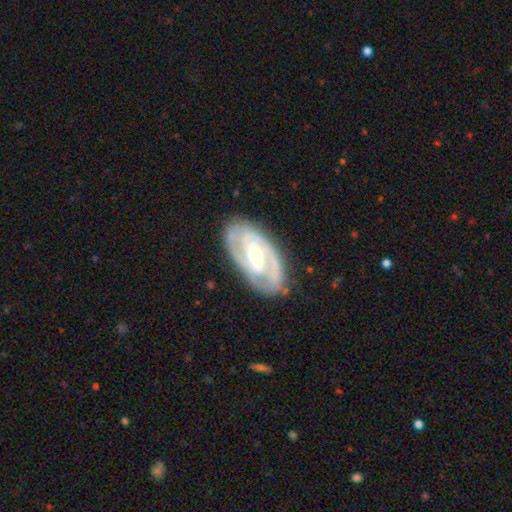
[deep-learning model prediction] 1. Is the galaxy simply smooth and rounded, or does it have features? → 88% featured or disk, 8% smooth, 4% star or artifact.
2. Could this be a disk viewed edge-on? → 95% no, 5% yes.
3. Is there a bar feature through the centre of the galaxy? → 44% weak, 35% strong, 21% no.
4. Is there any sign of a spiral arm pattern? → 96% yes, 4% no.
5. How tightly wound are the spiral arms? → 50% tight, 42% medium, 9% loose.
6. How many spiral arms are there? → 69% 2, 14% 3, 10% can't tell, 3% 4, 2% 1, 2% more than 4.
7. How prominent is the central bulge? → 50% moderate, 46% small, 2% large, 1% none, 1% dominant.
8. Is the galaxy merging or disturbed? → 82% none, 13% minor disturbance, 3% major disturbance, 1% merger.